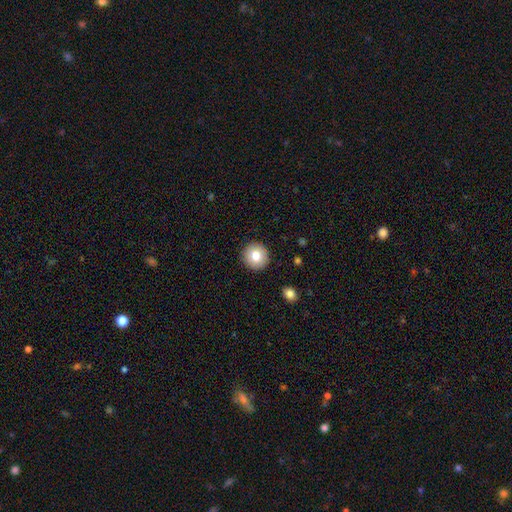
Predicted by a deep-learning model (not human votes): This is likely a smooth galaxy (78%). How rounded: clearly round (95%). Merging: clearly none (92%).